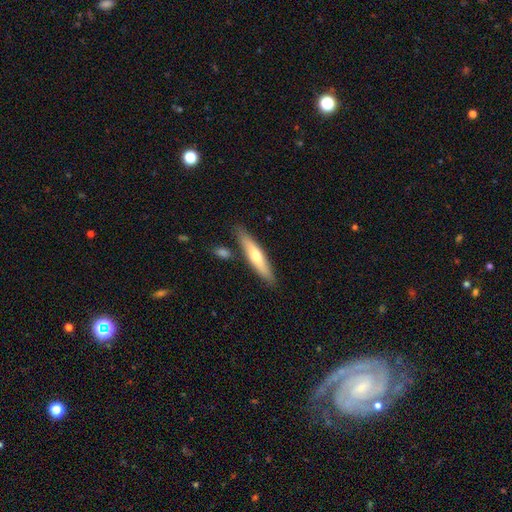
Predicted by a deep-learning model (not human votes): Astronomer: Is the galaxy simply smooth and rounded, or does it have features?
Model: smooth — 54% (runner-up: featured or disk, 40%).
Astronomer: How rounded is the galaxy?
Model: cigar-shaped — 84%.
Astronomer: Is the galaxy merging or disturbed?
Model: none — 83%.